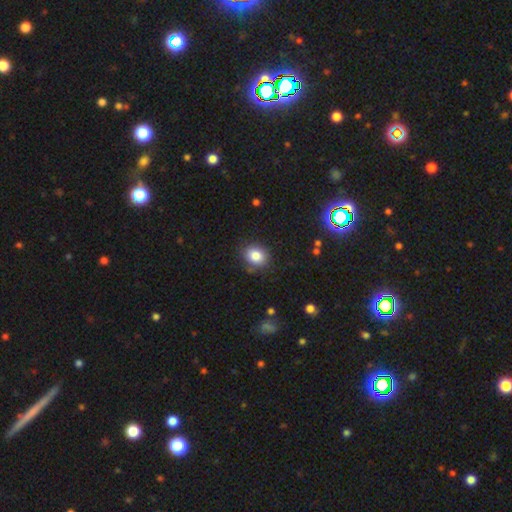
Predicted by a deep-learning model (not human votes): A smooth galaxy with no disk features (82%) that is round (63%). Merging: none (81%).